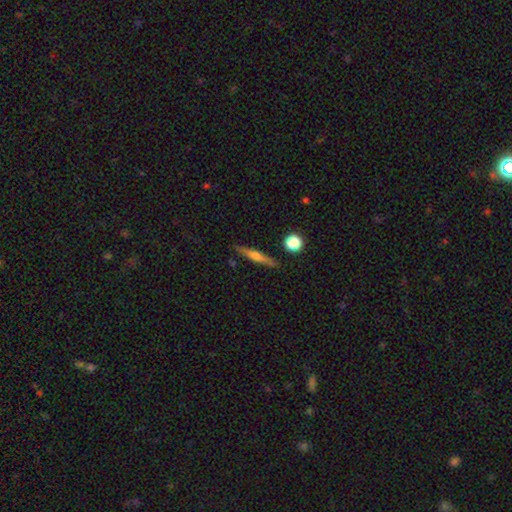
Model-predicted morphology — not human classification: Smooth or featured? Predicted: featured or disk (p=0.52). Edge-on disk? Predicted: yes (p=0.95). Merging? Predicted: none (p=0.86).